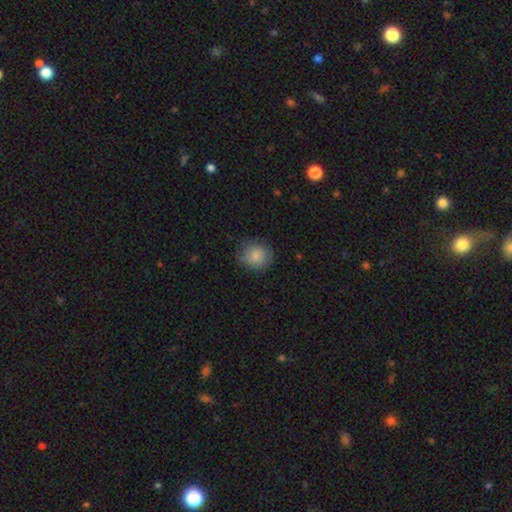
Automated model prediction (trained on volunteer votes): A smooth galaxy with no disk features (82%) that is round (79%). Merging: none (74%).